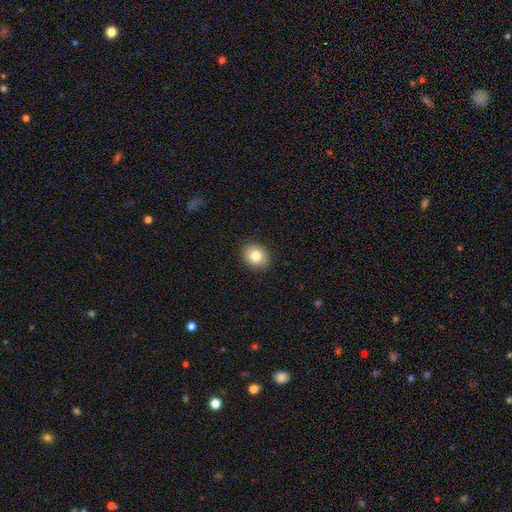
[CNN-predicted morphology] smooth 81%, featured or disk 10%, star or artifact 9%. Down the decision tree: how rounded — round (56%); merging — none (90%).